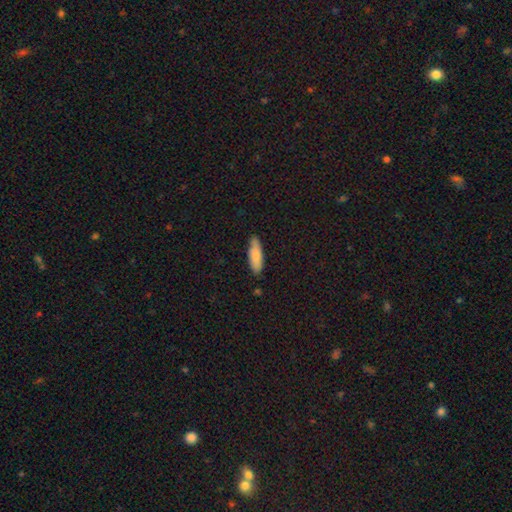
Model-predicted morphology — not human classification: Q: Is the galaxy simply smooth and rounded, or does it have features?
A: smooth — 81%.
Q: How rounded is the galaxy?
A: in between — 51%.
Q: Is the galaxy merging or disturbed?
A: none — 78%.